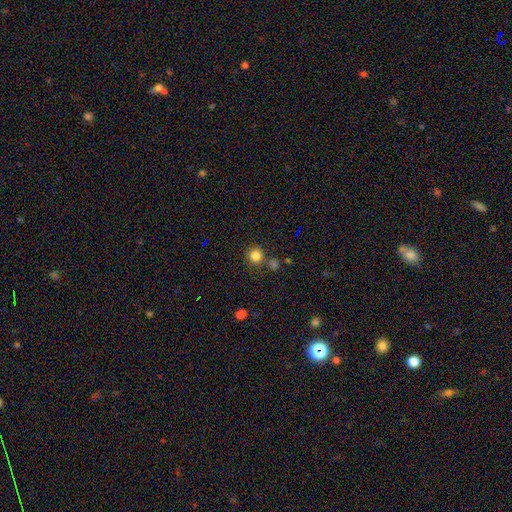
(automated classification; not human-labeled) Morphology: type=smooth (82%); roundness=round (93%); merging=none (75%).